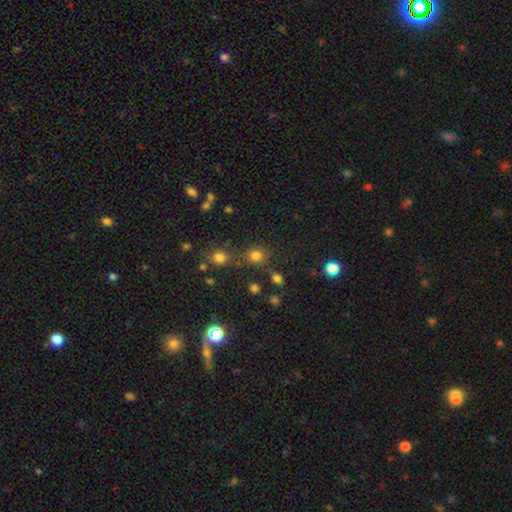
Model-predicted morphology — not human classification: smooth 77%, star or artifact 17%, featured or disk 6%. Down the decision tree: how rounded — round (80%); merging — none (74%).